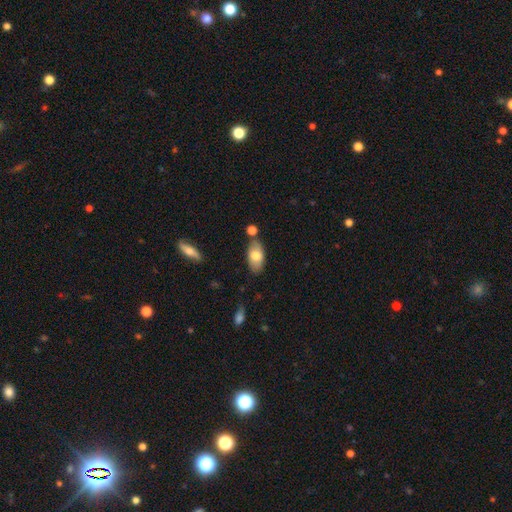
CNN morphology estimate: smooth-or-featured: smooth: 74% | featured or disk: 19% | star or artifact: 6%
  how-rounded: in between: 93% | cigar-shaped: 4% | round: 3%
  merging: none: 74% | minor disturbance: 15% | merger: 8% | major disturbance: 3%